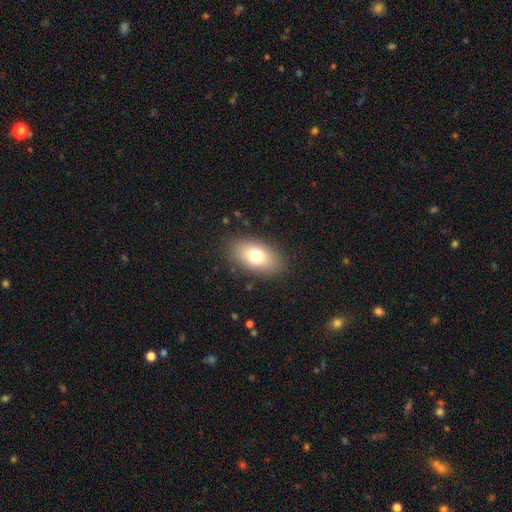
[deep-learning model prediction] A smooth galaxy with no disk features (75%) that is in between round and cigar-shaped (90%).

Vote fractions:
- Smooth or featured? smooth: 75% / featured or disk: 16% / star or artifact: 9%
- How rounded? in between: 90% / round: 7% / cigar-shaped: 3%
- Merging? none: 85% / minor disturbance: 10% / major disturbance: 4% / merger: 1%